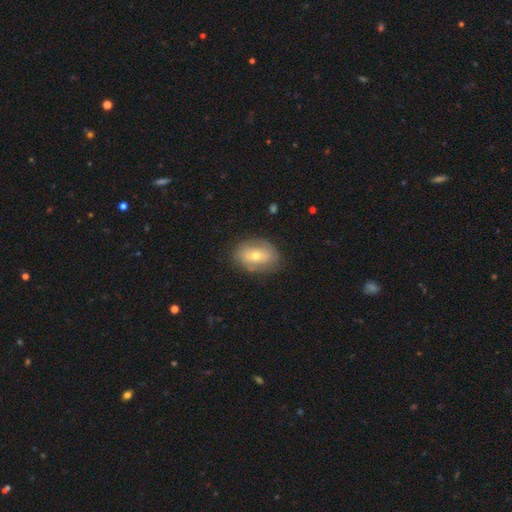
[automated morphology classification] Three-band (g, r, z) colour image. It shows a featured or disk galaxy (47%). Merging: none (79%).